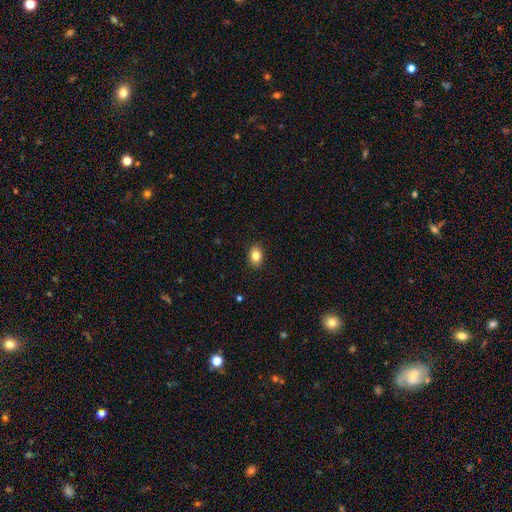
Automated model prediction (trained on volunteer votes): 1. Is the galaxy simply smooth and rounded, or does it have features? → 84% smooth, 9% star or artifact, 7% featured or disk.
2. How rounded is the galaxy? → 72% in between, 27% round, 1% cigar-shaped.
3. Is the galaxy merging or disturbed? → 89% none, 8% minor disturbance, 2% major disturbance, 1% merger.